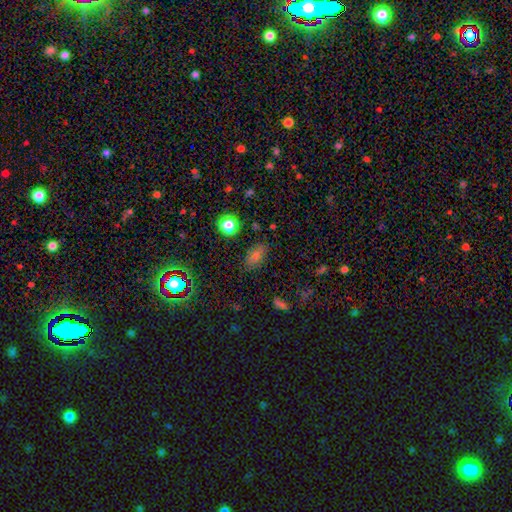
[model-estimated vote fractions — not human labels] smooth-or-featured: smooth: 67% | star or artifact: 24% | featured or disk: 9%
  how-rounded: in between: 82% | round: 13% | cigar-shaped: 5%
  merging: none: 81% | minor disturbance: 14% | major disturbance: 4% | merger: 2%